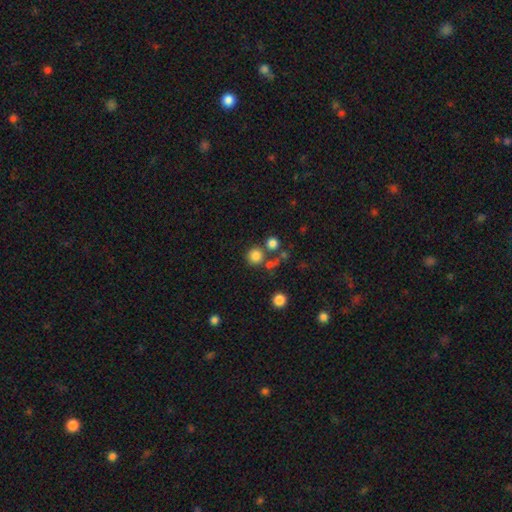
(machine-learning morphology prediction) type=smooth (80%); roundness=round (93%); merging=none (70%).